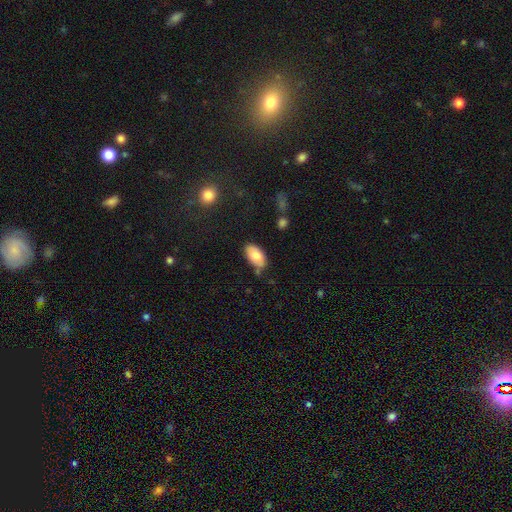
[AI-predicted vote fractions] A smooth galaxy with no disk features (80%) that is in between round and cigar-shaped (95%).

Vote fractions:
- Smooth or featured? smooth: 80% / featured or disk: 13% / star or artifact: 7%
- How rounded? in between: 95% / round: 3% / cigar-shaped: 2%
- Merging? none: 70% / minor disturbance: 21% / merger: 5% / major disturbance: 4%